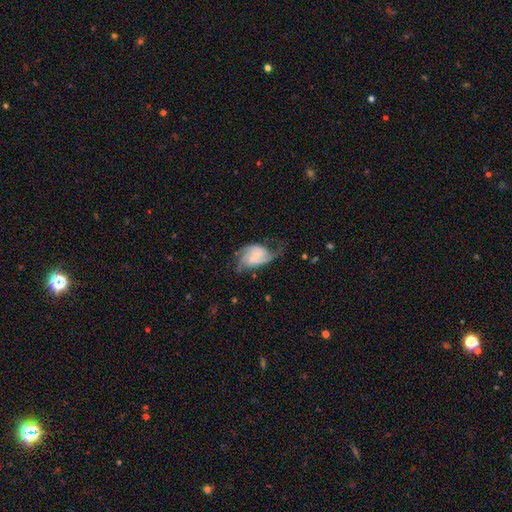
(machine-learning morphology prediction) Smooth or featured: featured or disk — 83% (smooth — 12%)
Edge-on disk: no — 98% (yes — 2%)
Bar: weak — 45% (no — 44%)
Spiral arms: yes — 95% (no — 5%)
Spiral winding: medium — 47% (loose — 28%)
Spiral arm count: 2 — 62% (3 — 15%)
Bulge size: small — 64% (moderate — 24%)
Merging: none — 53% (minor disturbance — 24%)